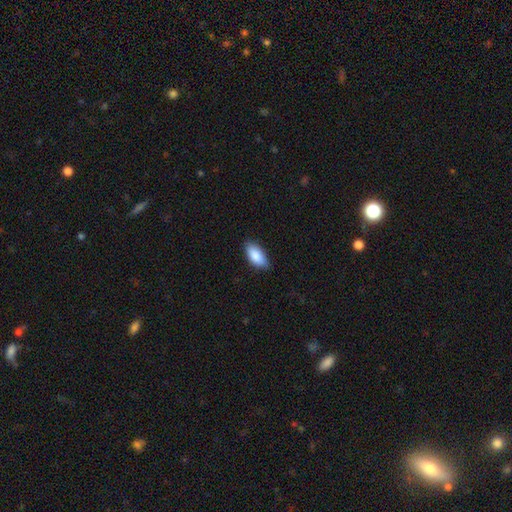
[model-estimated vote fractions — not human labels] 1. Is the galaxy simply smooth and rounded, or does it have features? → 87% smooth, 7% featured or disk, 6% star or artifact.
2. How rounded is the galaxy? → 91% in between, 7% cigar-shaped, 2% round.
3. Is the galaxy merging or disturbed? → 84% none, 13% minor disturbance, 2% major disturbance, 1% merger.